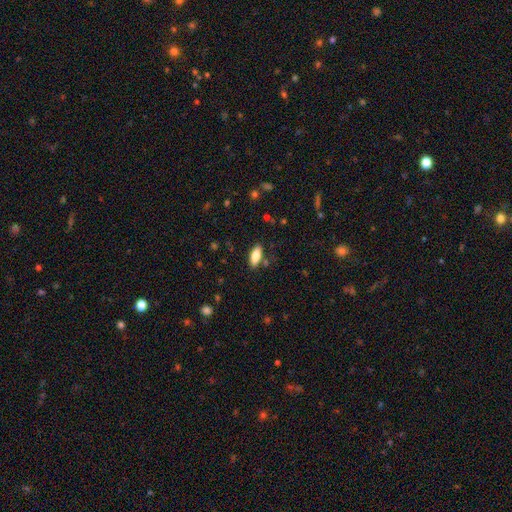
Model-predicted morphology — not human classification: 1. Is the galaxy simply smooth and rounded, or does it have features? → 80% smooth, 13% featured or disk, 7% star or artifact.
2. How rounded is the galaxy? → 80% in between, 18% cigar-shaped, 2% round.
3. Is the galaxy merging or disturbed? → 84% none, 10% minor disturbance, 3% merger, 2% major disturbance.